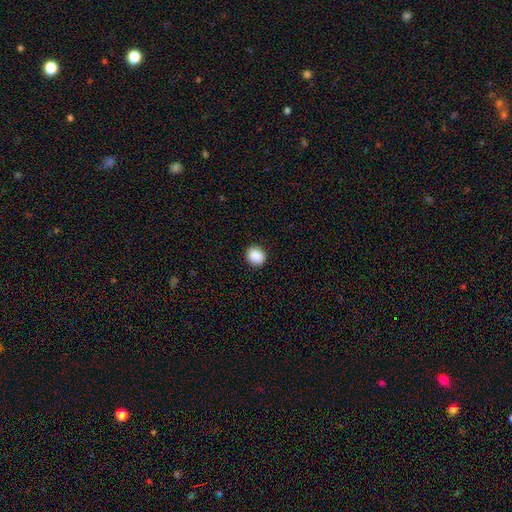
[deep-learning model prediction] A smooth galaxy with no disk features (88%) that is round (79%). Merging: none (91%).